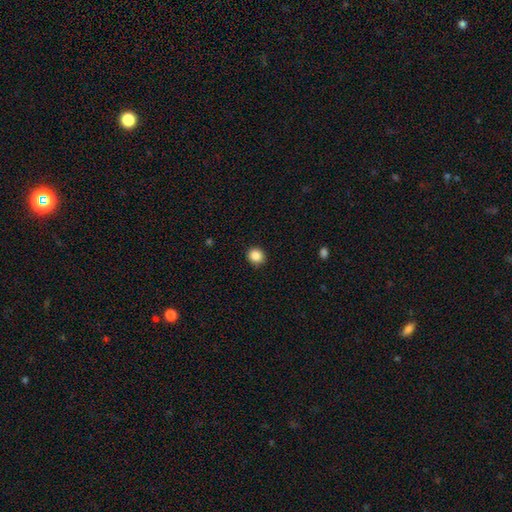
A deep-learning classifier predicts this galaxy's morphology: A smooth galaxy with no disk features (87%) that is round (82%). Merging: none (90%).